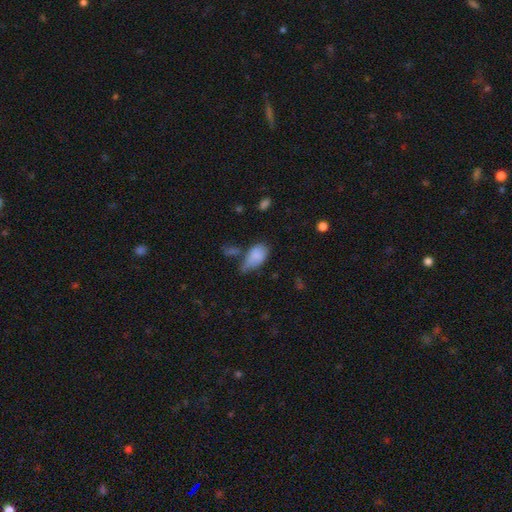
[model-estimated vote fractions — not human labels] Smooth or featured?
  - smooth: 78% *
  - featured or disk: 13%
  - star or artifact: 9%
How rounded?
  - in between: 91% *
  - round: 7%
  - cigar-shaped: 2%
Merging?
  - minor disturbance: 37% *
  - none: 29%
  - major disturbance: 19%
  - merger: 15%